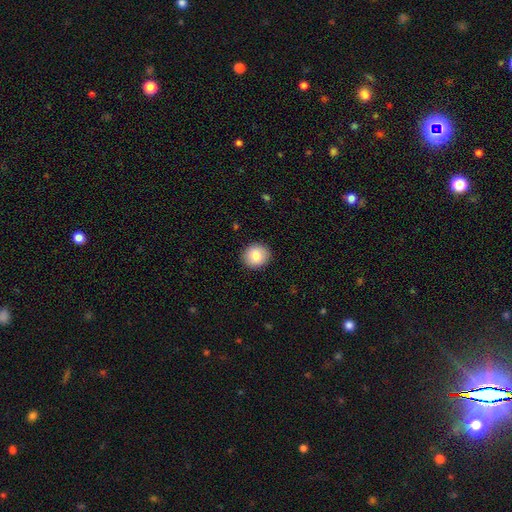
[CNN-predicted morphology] smooth_or_featured: smooth (p=0.82) [alt: featured or disk p=0.10]
how_rounded: round (p=0.84) [alt: in between p=0.15]
merging: none (p=0.91) [alt: minor disturbance p=0.06]